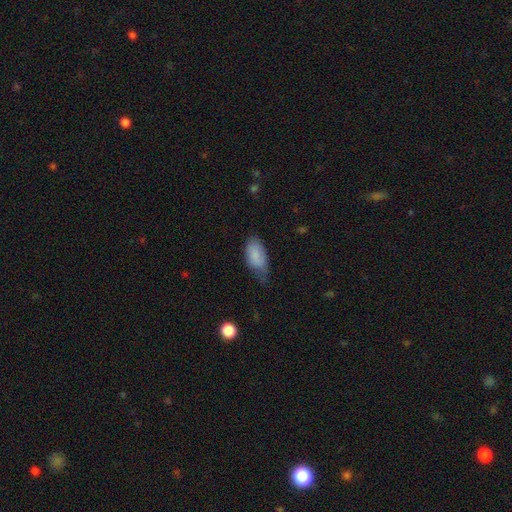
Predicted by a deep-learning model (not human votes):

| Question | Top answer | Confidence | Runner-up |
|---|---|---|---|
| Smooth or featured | smooth | 85% | featured or disk (9%) |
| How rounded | in between | 93% | cigar-shaped (4%) |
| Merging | minor disturbance | 45% | none (40%) |